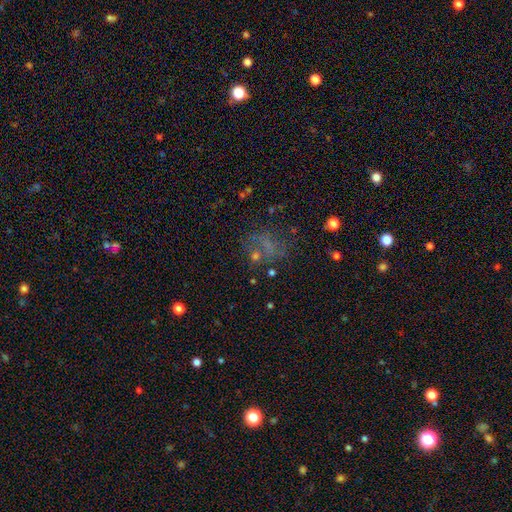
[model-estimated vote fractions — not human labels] Smooth or featured: star or artifact — 38% (smooth — 34%)